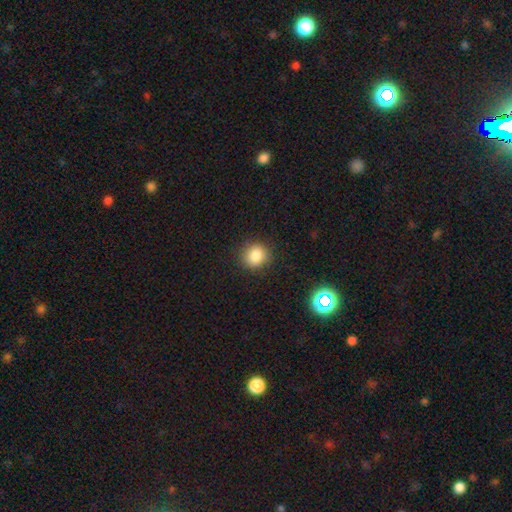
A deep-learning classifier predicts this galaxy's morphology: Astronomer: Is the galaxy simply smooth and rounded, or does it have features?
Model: smooth — 84%.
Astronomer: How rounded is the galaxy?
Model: round — 81%.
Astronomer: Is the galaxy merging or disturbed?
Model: none — 88%.